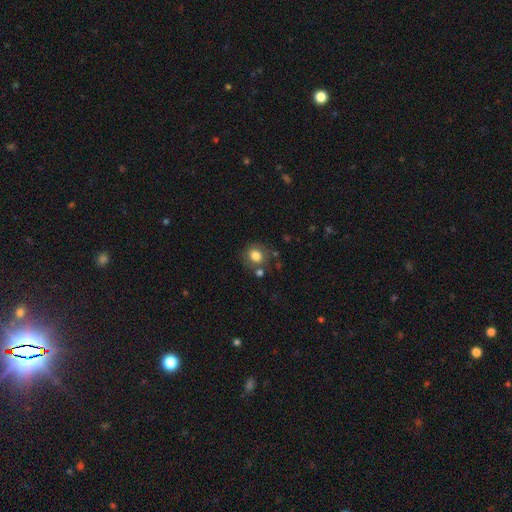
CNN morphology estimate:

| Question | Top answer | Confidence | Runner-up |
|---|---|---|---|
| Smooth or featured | smooth | 80% | featured or disk (10%) |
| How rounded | round | 71% | in between (28%) |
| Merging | none | 71% | minor disturbance (15%) |